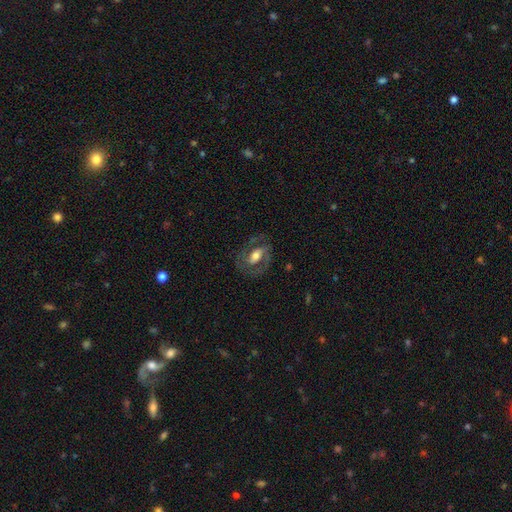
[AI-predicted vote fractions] featured or disk 72%, smooth 22%, star or artifact 6%. Down the decision tree: edge-on disk — no (95%); bar — weak (37%); spiral arms — yes (79%); spiral arm count — 2 (83%); spiral winding — medium (48%); bulge size — moderate (58%); merging — none (72%).